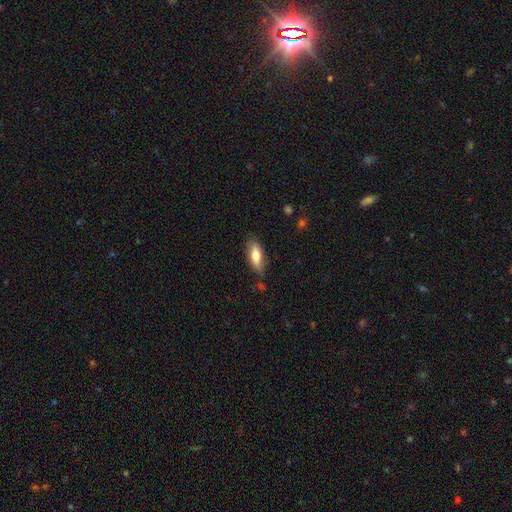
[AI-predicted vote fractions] A smooth galaxy with no disk features (74%) that is in between round and cigar-shaped (73%). Merging: none (74%).